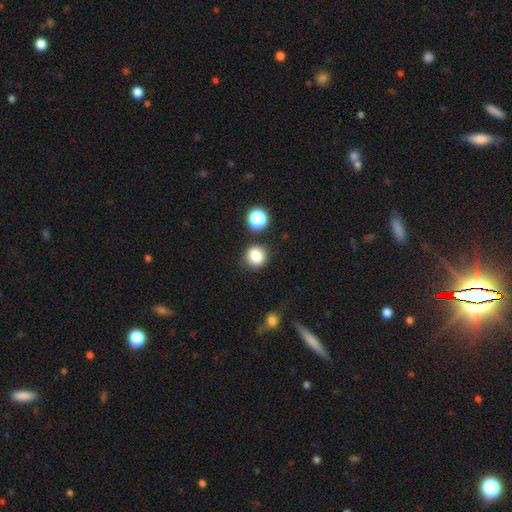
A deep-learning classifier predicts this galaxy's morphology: type=smooth (83%); roundness=round (85%); merging=none (83%).